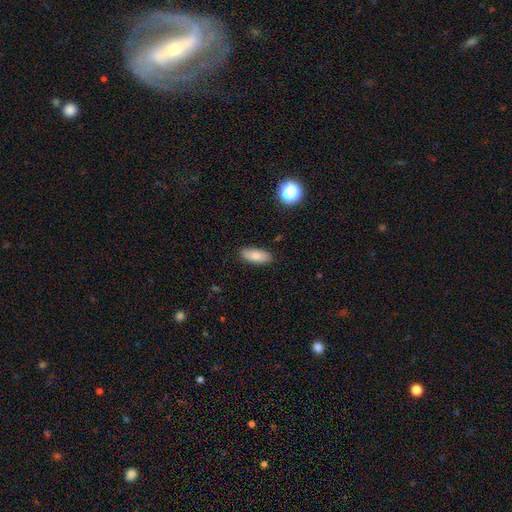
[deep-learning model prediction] Q: Smooth or featured?
A: smooth (82%); runner-up: featured or disk (10%)
Q: How rounded?
A: in between (78%); runner-up: cigar-shaped (20%)
Q: Merging?
A: none (88%); runner-up: minor disturbance (9%)